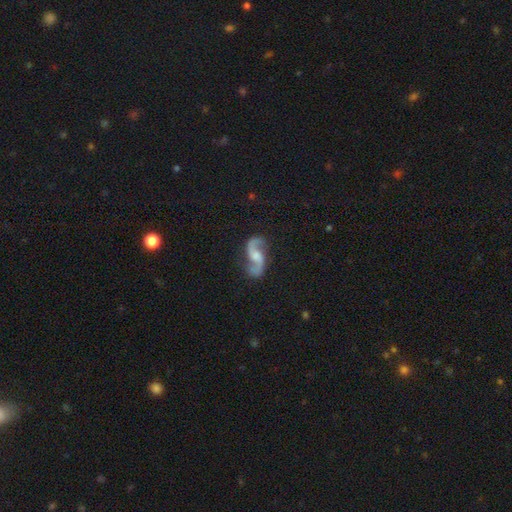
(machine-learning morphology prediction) Smooth or featured? Predicted: featured or disk (p=0.90). Edge-on disk? Predicted: no (p=0.98). Bar? Predicted: no (p=0.48). Spiral arms? Predicted: yes (p=0.98). Spiral winding? Predicted: loose (p=0.61). Spiral arm count? Predicted: 2 (p=0.94). Bulge size? Predicted: moderate (p=0.40). Merging? Predicted: none (p=0.79).